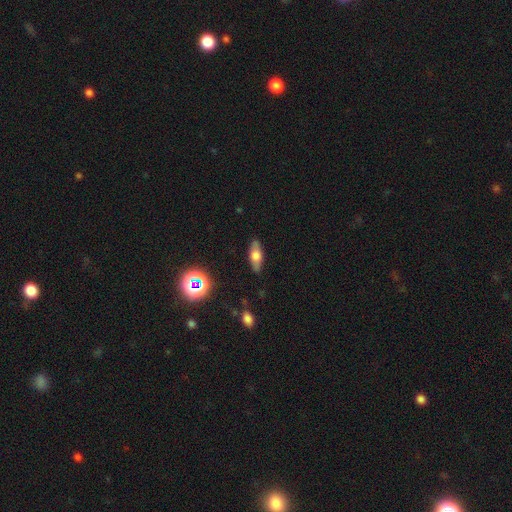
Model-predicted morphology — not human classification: A smooth galaxy with no disk features (51%) that is in between round and cigar-shaped (70%).

Vote fractions:
- Smooth or featured? smooth: 51% / featured or disk: 39% / star or artifact: 10%
- How rounded? in between: 70% / cigar-shaped: 25% / round: 5%
- Merging? none: 85% / minor disturbance: 11% / major disturbance: 3% / merger: 1%